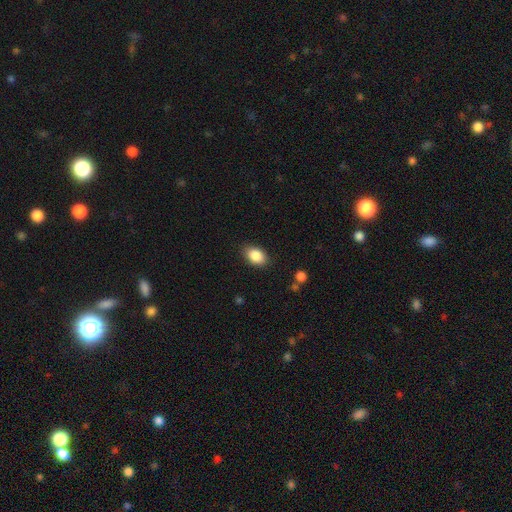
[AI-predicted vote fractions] This is clearly a smooth galaxy (88%). How rounded: clearly in between (85%). Merging: clearly none (86%).